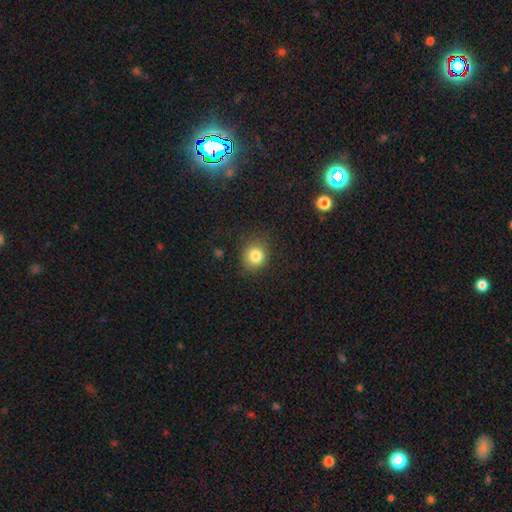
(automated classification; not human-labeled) Smooth or featured? smooth (83%)
How rounded? round (82%)
Merging? none (82%)